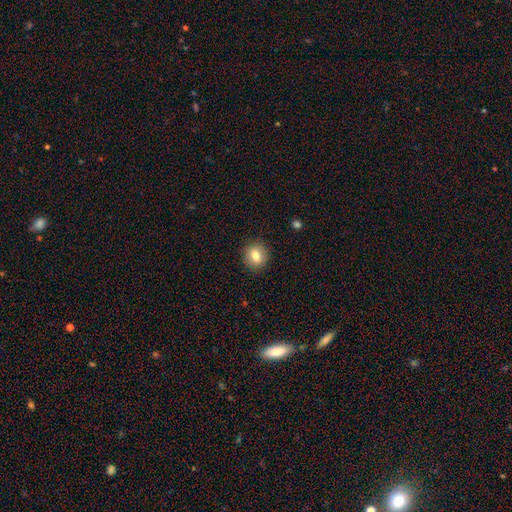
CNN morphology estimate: smooth_or_featured: smooth (p=0.80) [alt: featured or disk p=0.11]
how_rounded: round (p=0.83) [alt: in between p=0.16]
merging: none (p=0.90) [alt: minor disturbance p=0.07]